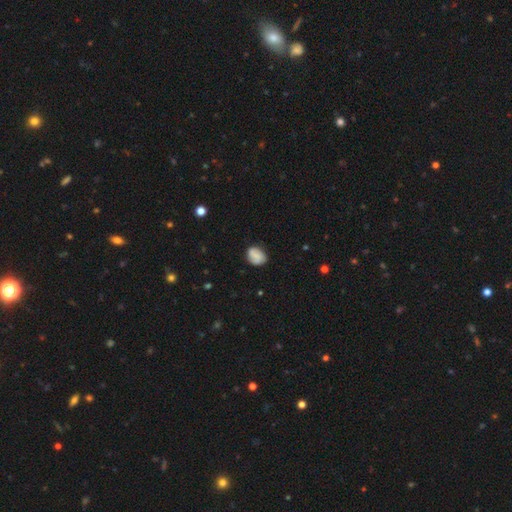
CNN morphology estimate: smooth_or_featured: smooth (p=0.63) [alt: featured or disk p=0.29]
how_rounded: in between (p=0.58) [alt: round p=0.41]
merging: none (p=0.76) [alt: minor disturbance p=0.18]